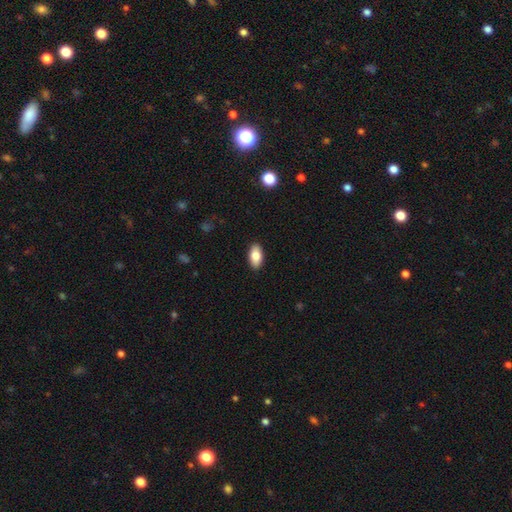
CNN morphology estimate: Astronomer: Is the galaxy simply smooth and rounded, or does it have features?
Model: smooth — 81%.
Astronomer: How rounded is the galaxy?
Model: in between — 92%.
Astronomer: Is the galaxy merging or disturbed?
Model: none — 90%.